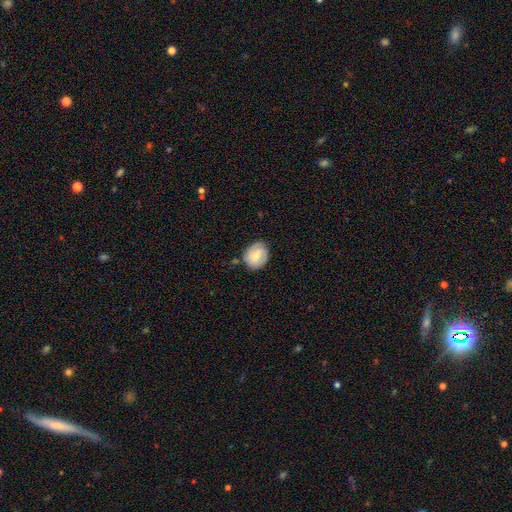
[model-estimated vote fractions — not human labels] Overall: smooth (48%; featured or disk 45%). Merging: none (67%).